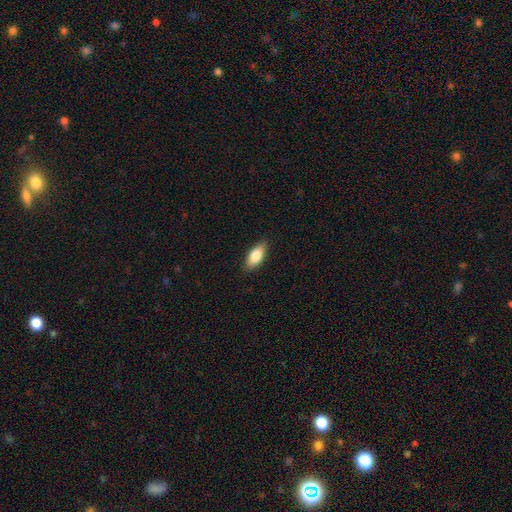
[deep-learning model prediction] A smooth galaxy with no disk features (80%) that is in between round and cigar-shaped (82%).

Vote fractions:
- Smooth or featured? smooth: 80% / featured or disk: 13% / star or artifact: 6%
- How rounded? in between: 82% / cigar-shaped: 15% / round: 3%
- Merging? none: 86% / minor disturbance: 11% / major disturbance: 2% / merger: 1%